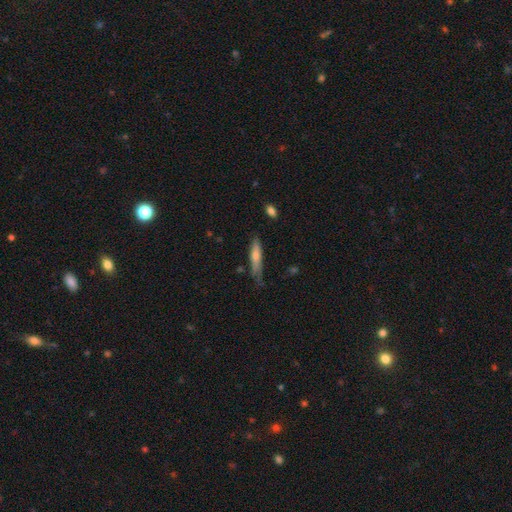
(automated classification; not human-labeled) Q: Smooth or featured?
A: smooth (68%); runner-up: featured or disk (26%)
Q: How rounded?
A: cigar-shaped (82%); runner-up: in between (16%)
Q: Merging?
A: none (57%); runner-up: minor disturbance (31%)